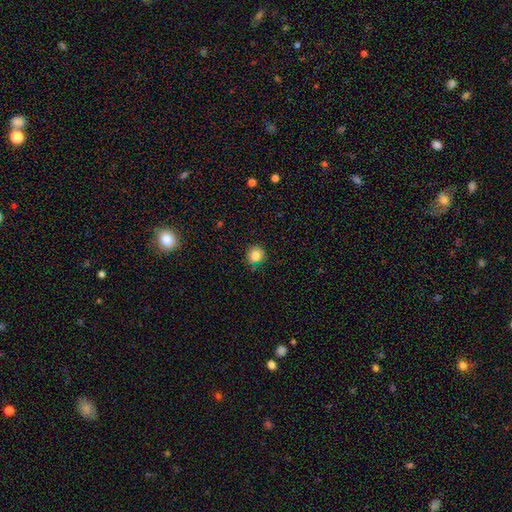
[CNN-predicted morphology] Smooth or featured?
  - smooth: 83% *
  - star or artifact: 11%
  - featured or disk: 7%
How rounded?
  - round: 90% *
  - in between: 9%
  - cigar-shaped: 1%
Merging?
  - none: 85% *
  - minor disturbance: 11%
  - merger: 3%
  - major disturbance: 2%